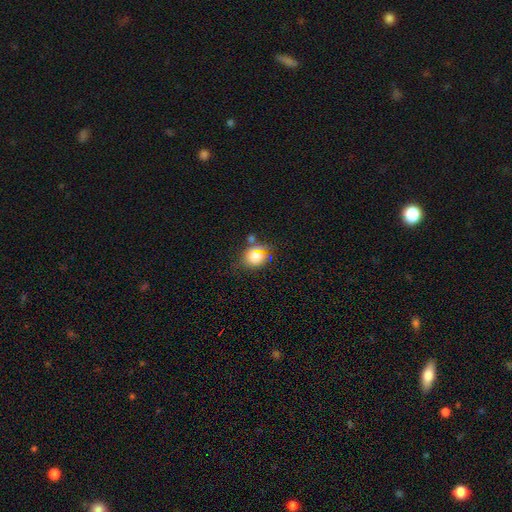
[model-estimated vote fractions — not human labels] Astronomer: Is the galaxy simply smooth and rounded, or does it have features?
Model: smooth — 70%.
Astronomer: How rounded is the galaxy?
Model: round — 65%.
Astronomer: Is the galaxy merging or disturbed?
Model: none — 66%.